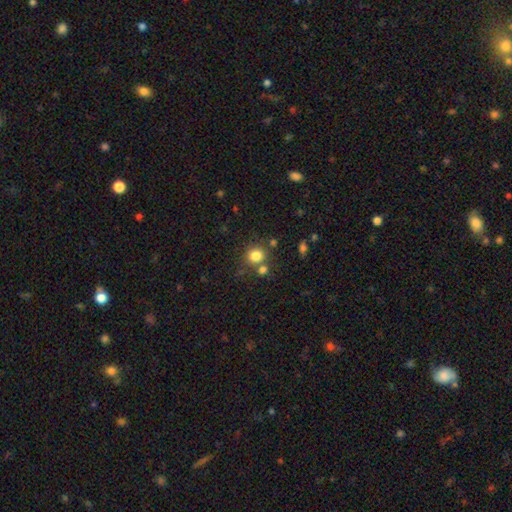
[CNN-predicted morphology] A smooth galaxy with no disk features (81%) that is round (82%).

Vote fractions:
- Smooth or featured? smooth: 81% / star or artifact: 12% / featured or disk: 7%
- How rounded? round: 82% / in between: 17% / cigar-shaped: 1%
- Merging? none: 68% / merger: 18% / minor disturbance: 10% / major disturbance: 4%